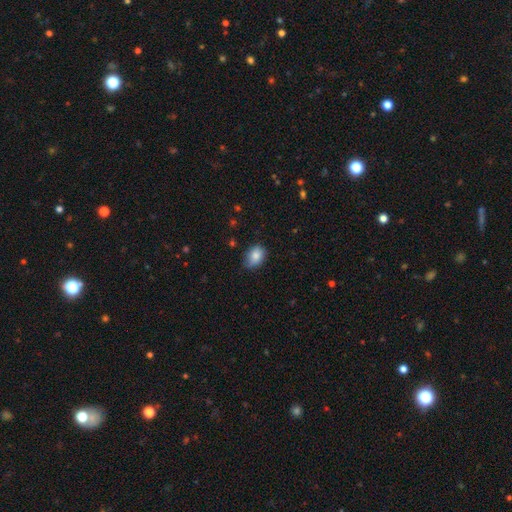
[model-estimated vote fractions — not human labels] smooth_or_featured: smooth (p=0.85) [alt: star or artifact p=0.08]
how_rounded: in between (p=0.67) [alt: round p=0.32]
merging: none (p=0.63) [alt: minor disturbance p=0.30]